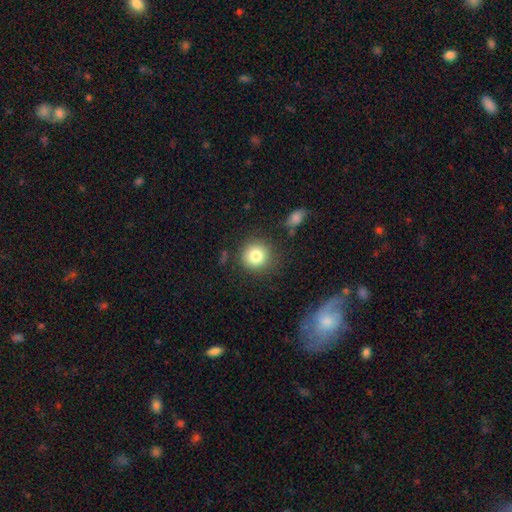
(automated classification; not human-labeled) This appears to be a smooth galaxy with no disk features (83%) that is round (92%). Merging: none (84%).